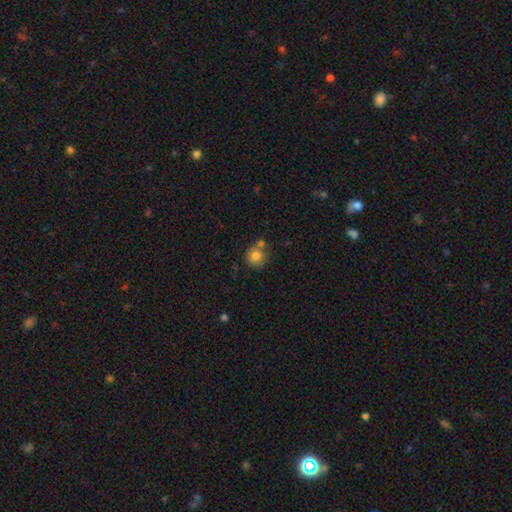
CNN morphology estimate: type=smooth (80%); roundness=round (91%); merging=none (63%).